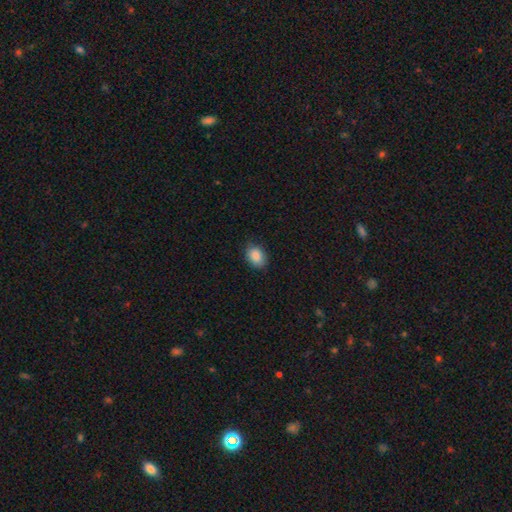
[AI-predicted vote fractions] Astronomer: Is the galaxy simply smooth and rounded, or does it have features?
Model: smooth — 88%.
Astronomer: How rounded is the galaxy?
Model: in between — 74%.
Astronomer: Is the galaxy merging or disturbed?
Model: none — 82%.